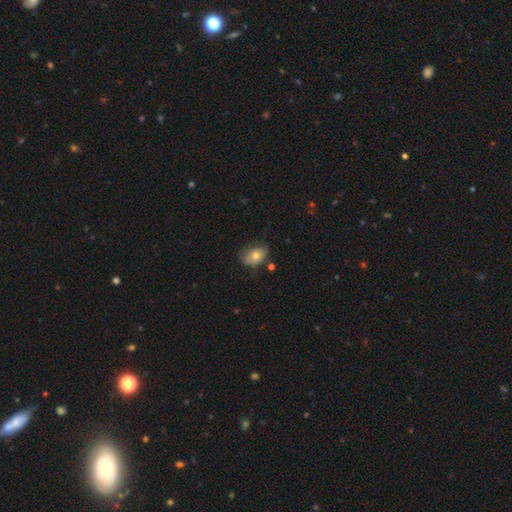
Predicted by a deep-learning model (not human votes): This appears to be a smooth galaxy with no disk features (73%) that is in between round and cigar-shaped (79%). Merging: none (61%).